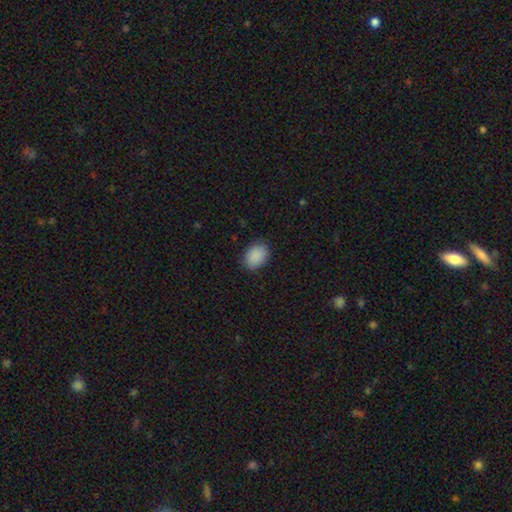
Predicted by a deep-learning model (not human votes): This appears to be a smooth galaxy with no disk features (89%) that is in between round and cigar-shaped (74%). Merging: none (84%).